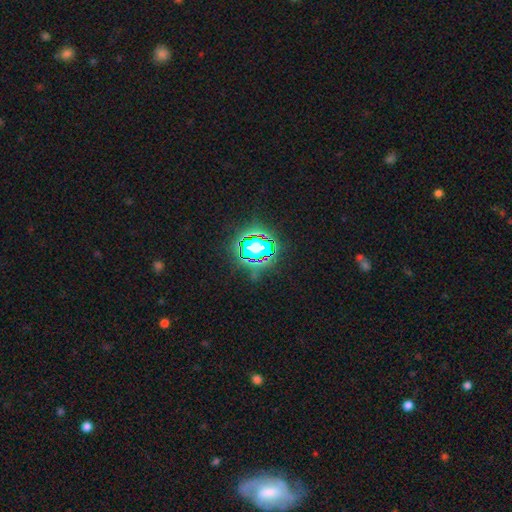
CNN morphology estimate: star or artifact 80%, smooth 12%, featured or disk 8%.